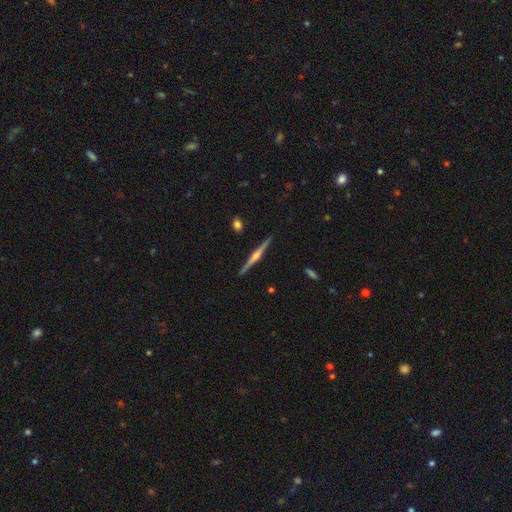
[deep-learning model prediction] Q: Smooth or featured?
A: featured or disk (81%); runner-up: smooth (13%)
Q: Edge-on disk?
A: yes (99%); runner-up: no (1%)
Q: Edge-on bulge?
A: rounded (82%); runner-up: boxy (11%)
Q: Merging?
A: none (91%); runner-up: minor disturbance (6%)